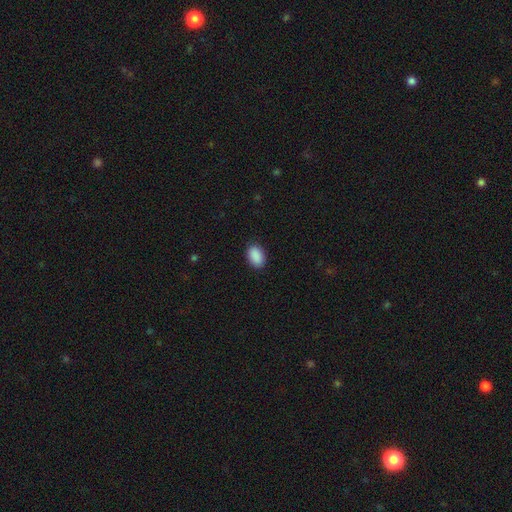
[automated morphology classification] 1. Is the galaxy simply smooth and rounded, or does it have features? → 91% smooth, 7% star or artifact, 2% featured or disk.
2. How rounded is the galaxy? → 89% in between, 9% round, 1% cigar-shaped.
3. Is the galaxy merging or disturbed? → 89% none, 8% minor disturbance, 2% major disturbance, 1% merger.